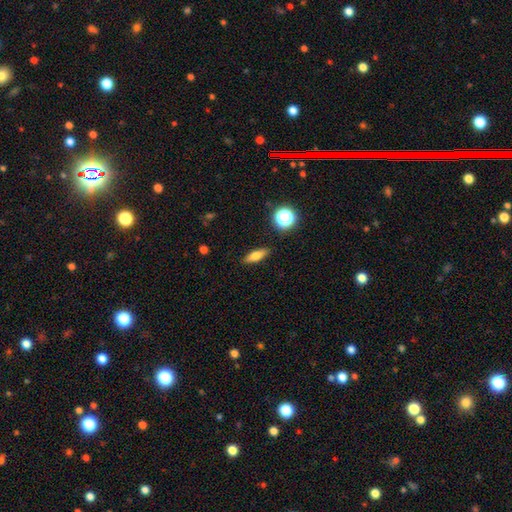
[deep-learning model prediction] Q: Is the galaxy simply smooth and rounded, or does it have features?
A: smooth — 72%.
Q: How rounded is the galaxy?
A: in between — 54%.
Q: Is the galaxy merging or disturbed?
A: none — 88%.